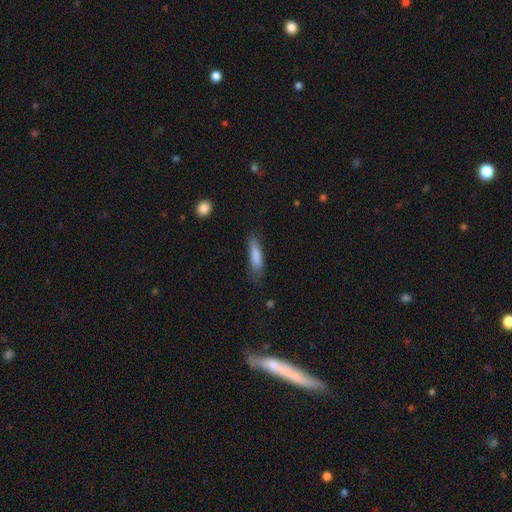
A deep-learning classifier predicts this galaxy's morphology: Smooth or featured: smooth — 82% (featured or disk — 11%)
How rounded: cigar-shaped — 71% (in between — 28%)
Merging: none — 67% (minor disturbance — 24%)